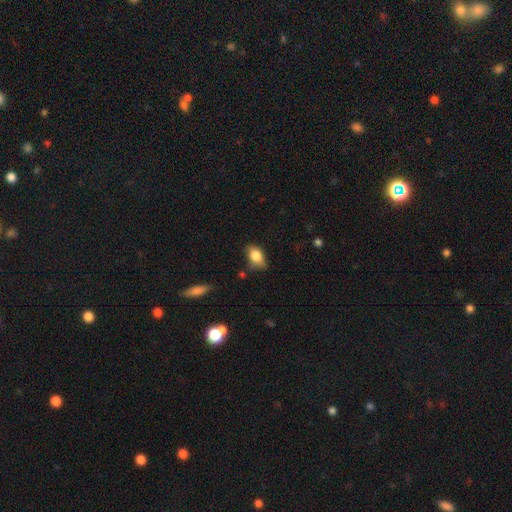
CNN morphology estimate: smooth 81%, featured or disk 11%, star or artifact 8%. Down the decision tree: how rounded — in between (81%); merging — none (58%).